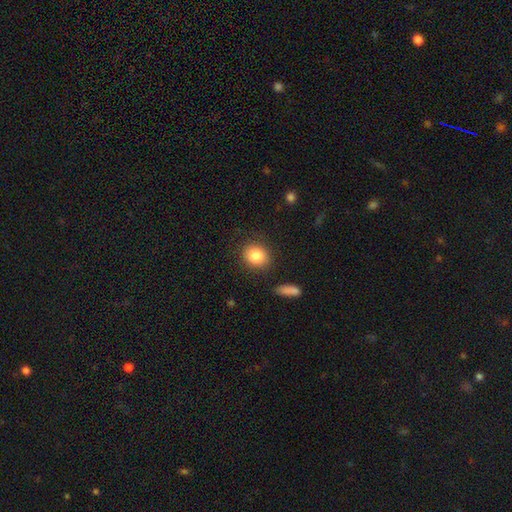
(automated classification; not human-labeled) smooth 85%, star or artifact 8%, featured or disk 7%. Down the decision tree: how rounded — round (69%); merging — none (86%).